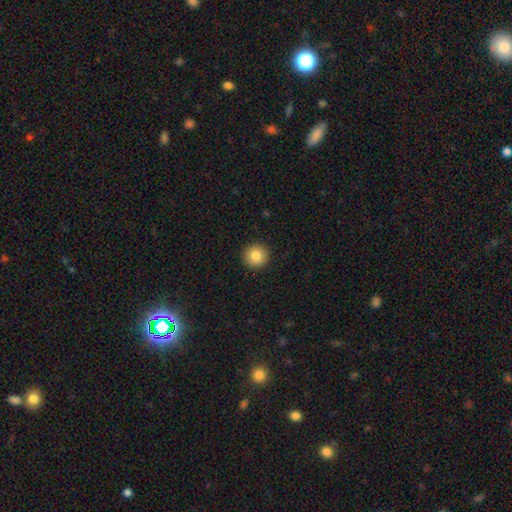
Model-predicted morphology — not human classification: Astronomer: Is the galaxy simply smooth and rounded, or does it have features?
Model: smooth — 84%.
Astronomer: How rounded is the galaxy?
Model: round — 95%.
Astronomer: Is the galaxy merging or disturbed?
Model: none — 93%.